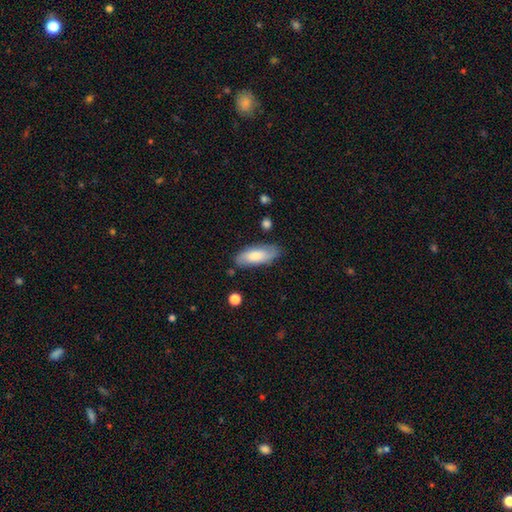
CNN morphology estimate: A smooth galaxy with no disk features (74%) that is in between round and cigar-shaped (77%). Merging: none (77%).